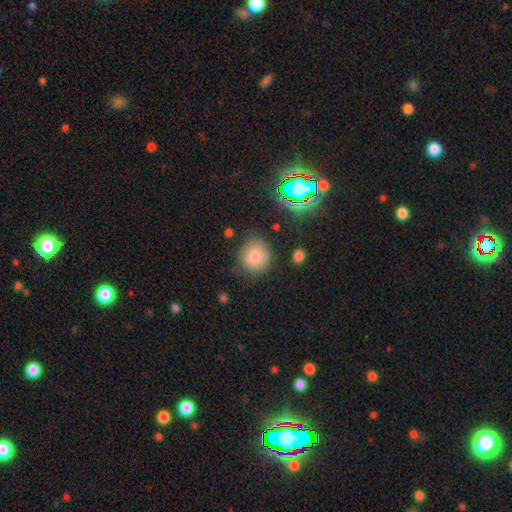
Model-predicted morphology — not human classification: smooth-or-featured: smooth: 69% | star or artifact: 16% | featured or disk: 14%
  how-rounded: round: 79% | in between: 20% | cigar-shaped: 1%
  merging: none: 73% | minor disturbance: 19% | major disturbance: 6% | merger: 2%